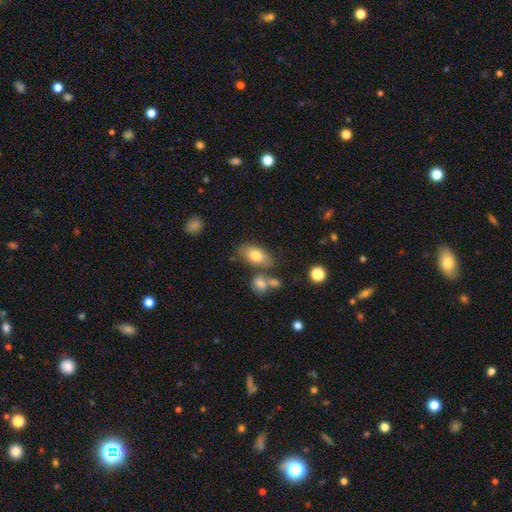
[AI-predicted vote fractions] smooth 77%, featured or disk 15%, star or artifact 8%. Down the decision tree: how rounded — in between (90%); merging — none (67%).